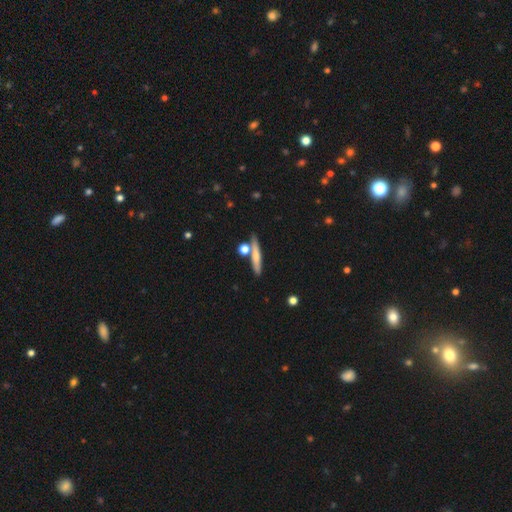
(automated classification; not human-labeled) A smooth galaxy with no disk features (61%) that is cigar-shaped (85%). Merging: none (72%).